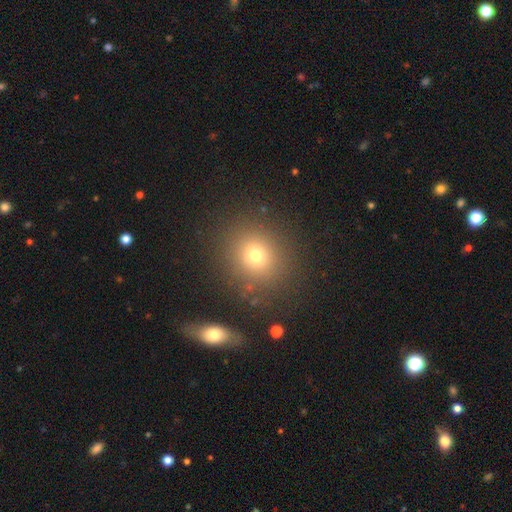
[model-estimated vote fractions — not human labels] Q: Smooth or featured?
A: smooth (73%); runner-up: star or artifact (16%)
Q: How rounded?
A: round (81%); runner-up: in between (18%)
Q: Merging?
A: none (83%); runner-up: minor disturbance (8%)